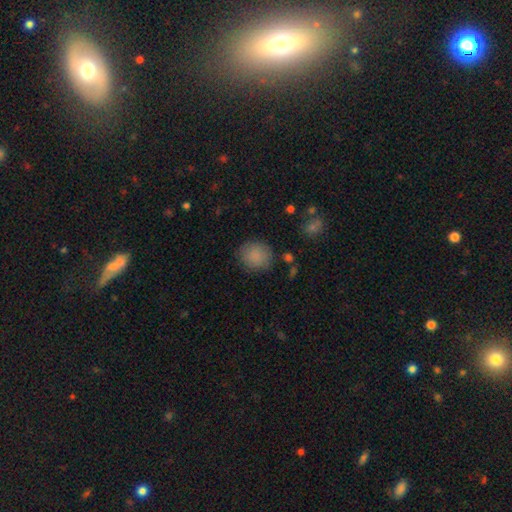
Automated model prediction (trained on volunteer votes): Smooth or featured: smooth — 86% (star or artifact — 9%)
How rounded: round — 80% (in between — 19%)
Merging: none — 82% (minor disturbance — 12%)